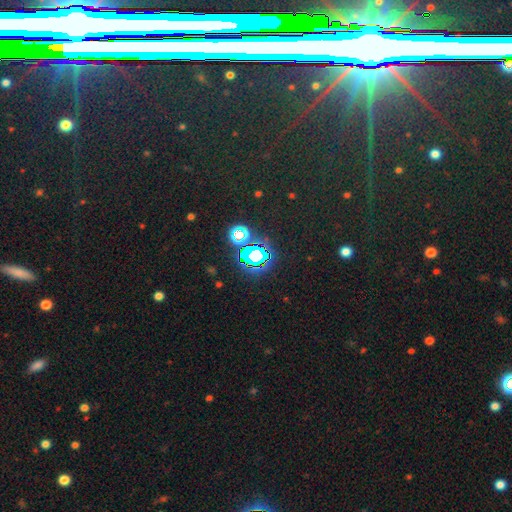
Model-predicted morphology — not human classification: Smooth or featured?
  - star or artifact: 69% *
  - smooth: 19%
  - featured or disk: 12%